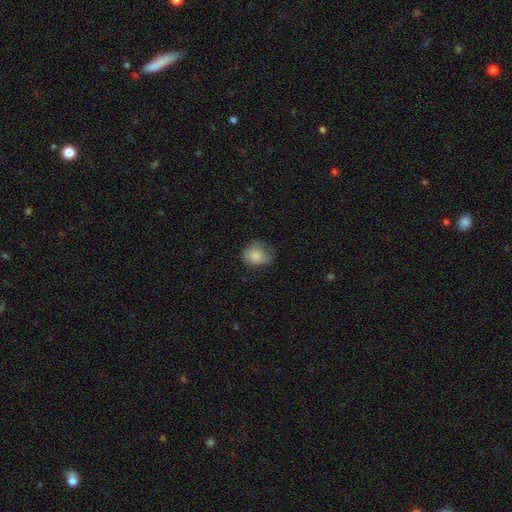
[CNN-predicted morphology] Overall: smooth (78%). How rounded: round (52%; in between 47%). Merging: none (46%; minor disturbance 35%).